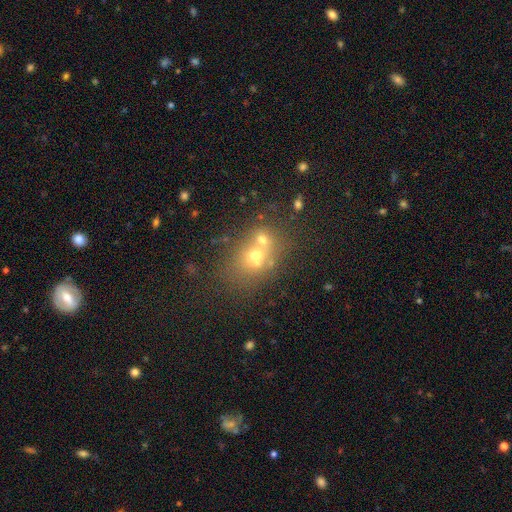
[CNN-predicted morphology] Overall: smooth (54%; featured or disk 27%). How rounded: round (56%; in between 43%). Merging: merger (51%; none 35%).